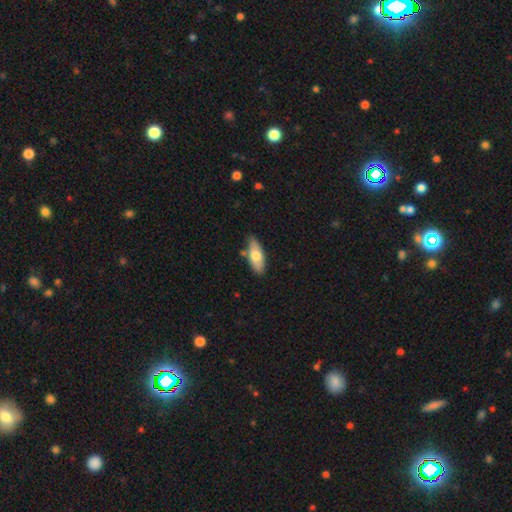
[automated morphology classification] This appears to be a smooth galaxy with no disk features (69%) that is in between round and cigar-shaped (80%). Merging: none (75%).